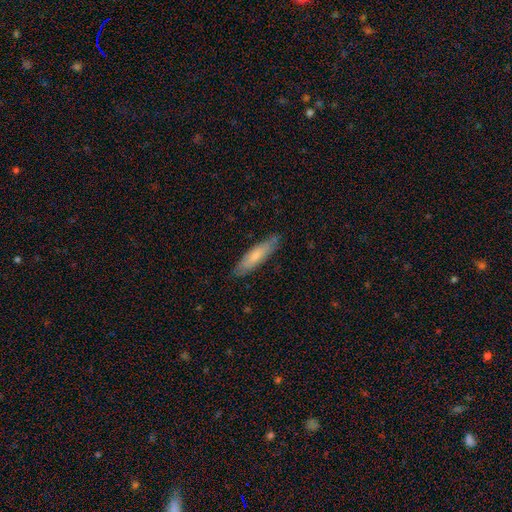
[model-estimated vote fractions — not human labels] Overall: smooth (67%; featured or disk 28%). How rounded: cigar-shaped (70%). Merging: none (82%).